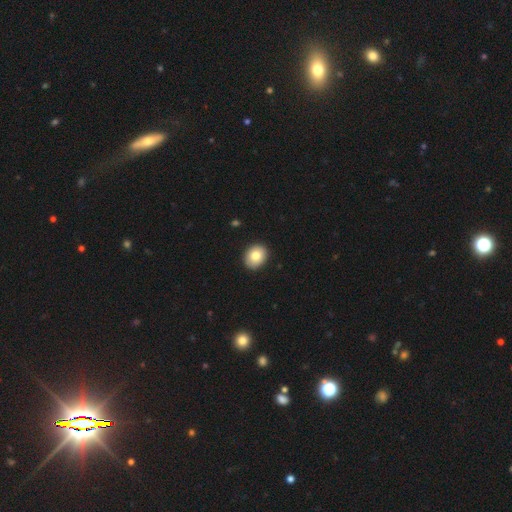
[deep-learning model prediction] Smooth or featured? Predicted: smooth (p=0.81). How rounded? Predicted: round (p=0.52). Merging? Predicted: none (p=0.91).